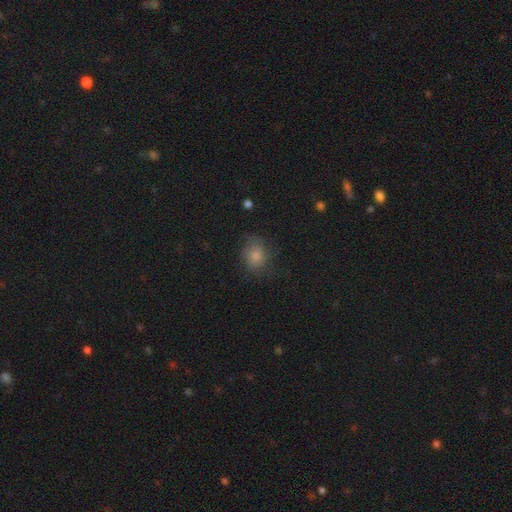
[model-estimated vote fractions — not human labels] Smooth or featured: smooth — 78% (star or artifact — 11%)
How rounded: round — 65% (in between — 34%)
Merging: none — 66% (minor disturbance — 22%)